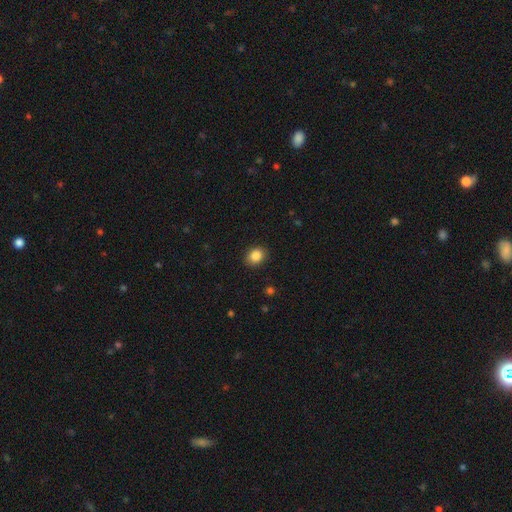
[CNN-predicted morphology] Overall: smooth (86%). How rounded: round (56%; in between 43%). Merging: none (89%).